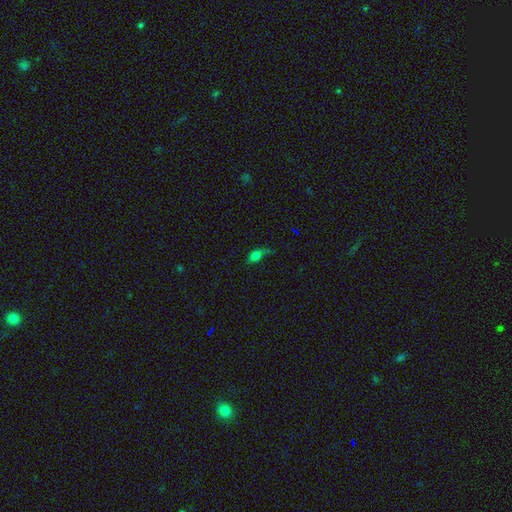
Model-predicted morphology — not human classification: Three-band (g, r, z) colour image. It shows a smooth galaxy with no disk features (66%) that is in between round and cigar-shaped (72%). Merging: none (40%).